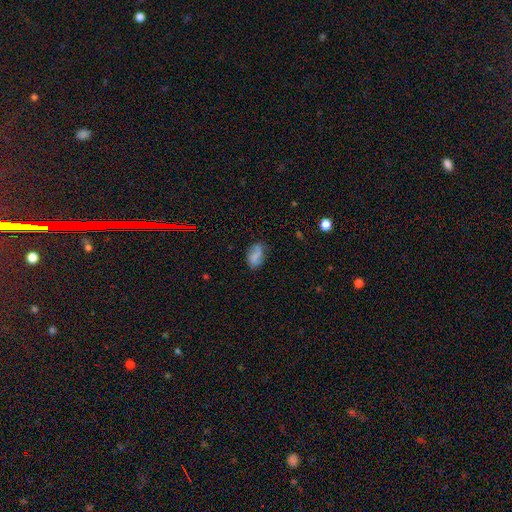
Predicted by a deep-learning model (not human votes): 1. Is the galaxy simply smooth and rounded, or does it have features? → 67% smooth, 22% featured or disk, 10% star or artifact.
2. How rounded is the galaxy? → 88% in between, 9% round, 3% cigar-shaped.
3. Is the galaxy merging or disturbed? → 66% none, 24% minor disturbance, 7% major disturbance, 3% merger.